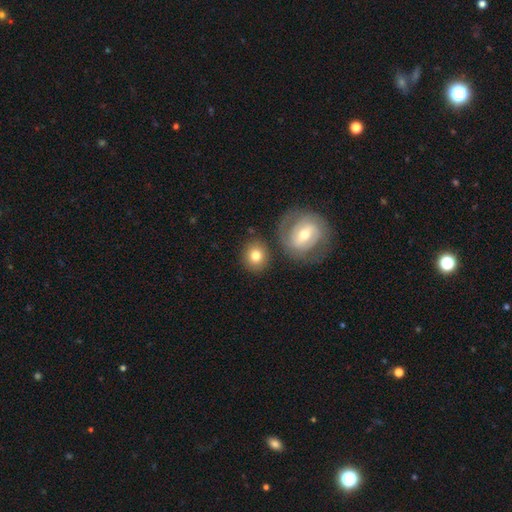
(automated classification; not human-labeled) This is likely a smooth galaxy (76%). How rounded: clearly round (81%). Merging: likely none (76%).